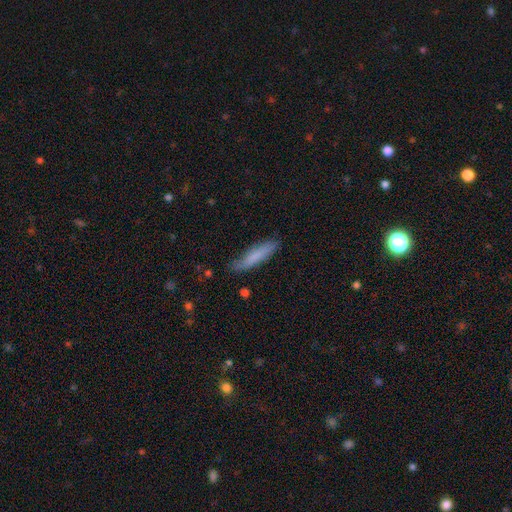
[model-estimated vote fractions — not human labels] smooth_or_featured: smooth (p=0.76) [alt: featured or disk p=0.18]
how_rounded: cigar-shaped (p=0.83) [alt: in between p=0.16]
merging: none (p=0.78) [alt: minor disturbance p=0.18]